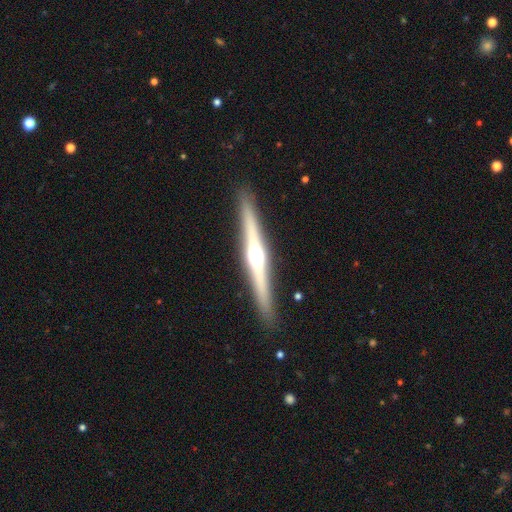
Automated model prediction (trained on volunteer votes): This is likely a featured or disk galaxy (70%). It is clearly viewed edge-on (97%). Edge-on bulge: clearly rounded (93%). Merging: clearly none (89%).